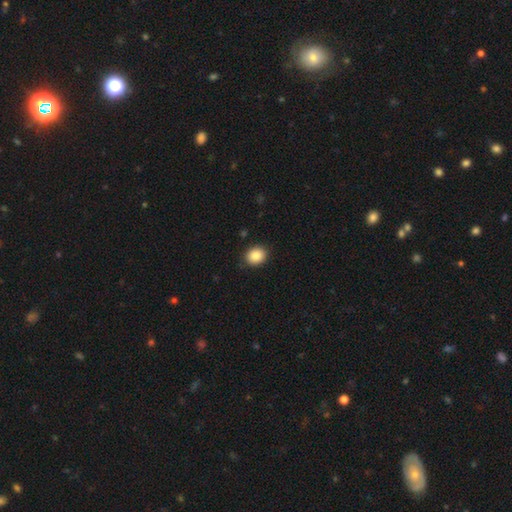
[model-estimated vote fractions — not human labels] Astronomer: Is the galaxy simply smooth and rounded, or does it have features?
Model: smooth — 88%.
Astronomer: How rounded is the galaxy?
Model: round — 59% (runner-up: in between, 40%).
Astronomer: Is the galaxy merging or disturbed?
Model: none — 89%.